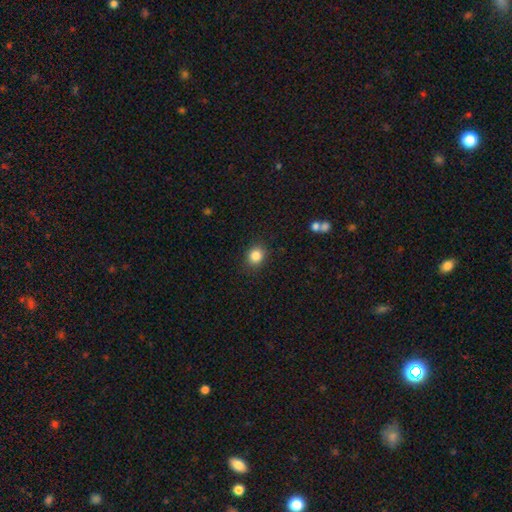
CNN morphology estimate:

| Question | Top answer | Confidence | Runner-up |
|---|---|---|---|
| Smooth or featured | smooth | 85% | star or artifact (10%) |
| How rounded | round | 74% | in between (25%) |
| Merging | none | 87% | minor disturbance (9%) |